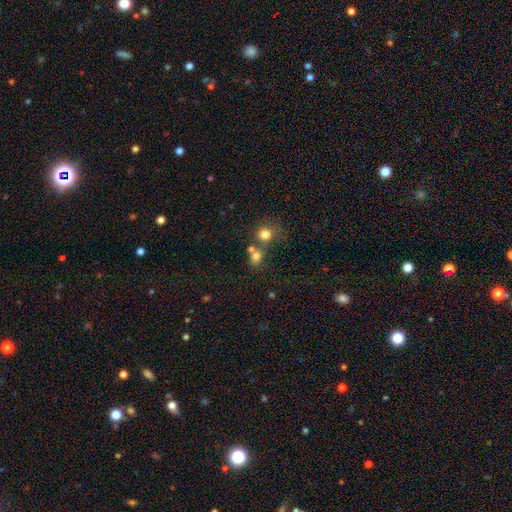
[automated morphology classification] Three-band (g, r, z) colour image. It shows a smooth galaxy with no disk features (74%) that is round (62%). Merging: none (44%).